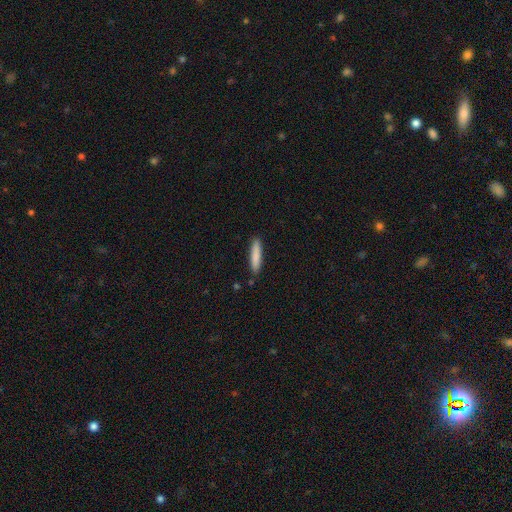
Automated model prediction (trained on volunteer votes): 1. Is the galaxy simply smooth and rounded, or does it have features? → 84% smooth, 11% featured or disk, 6% star or artifact.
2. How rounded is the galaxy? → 88% cigar-shaped, 11% in between, 1% round.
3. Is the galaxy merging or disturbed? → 88% none, 9% minor disturbance, 2% merger, 2% major disturbance.